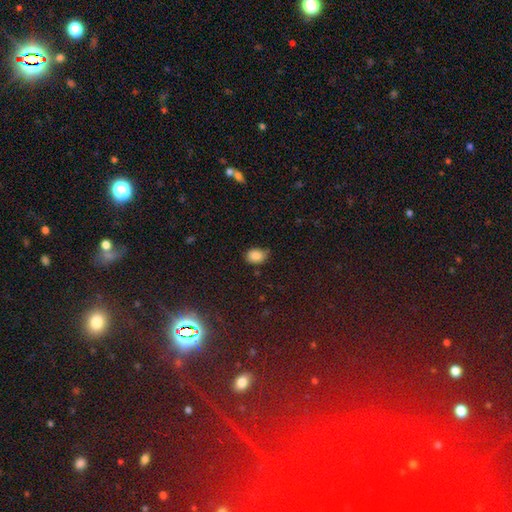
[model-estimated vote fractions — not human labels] Smooth or featured? Predicted: smooth (p=0.85). How rounded? Predicted: in between (p=0.65). Merging? Predicted: none (p=0.66).